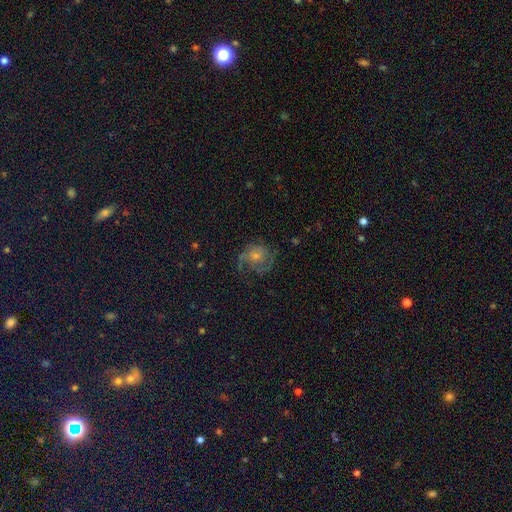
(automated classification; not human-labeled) Q: Smooth or featured?
A: featured or disk (68%); runner-up: smooth (17%)
Q: Edge-on disk?
A: no (98%); runner-up: yes (2%)
Q: Bar?
A: no (75%); runner-up: weak (22%)
Q: Spiral arms?
A: yes (92%); runner-up: no (8%)
Q: Spiral winding?
A: medium (43%); tied with: tight (43%)
Q: Spiral arm count?
A: 2 (41%); runner-up: can't tell (24%)
Q: Bulge size?
A: small (48%); runner-up: moderate (42%)
Q: Merging?
A: none (68%); runner-up: minor disturbance (17%)